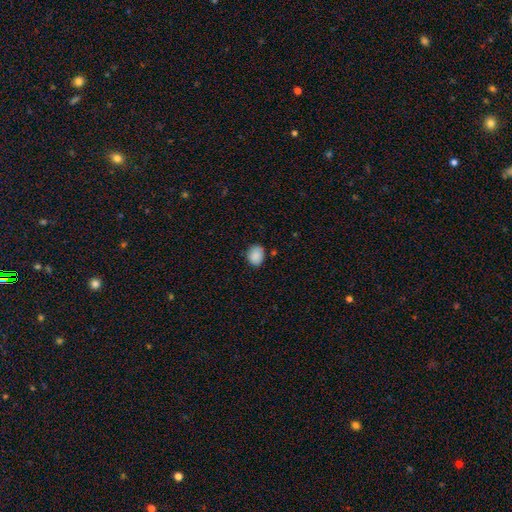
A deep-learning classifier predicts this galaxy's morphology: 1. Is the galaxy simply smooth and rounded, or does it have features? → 88% smooth, 8% star or artifact, 4% featured or disk.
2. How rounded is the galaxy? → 53% round, 46% in between, 1% cigar-shaped.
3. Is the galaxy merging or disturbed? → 79% none, 16% minor disturbance, 3% major disturbance, 2% merger.